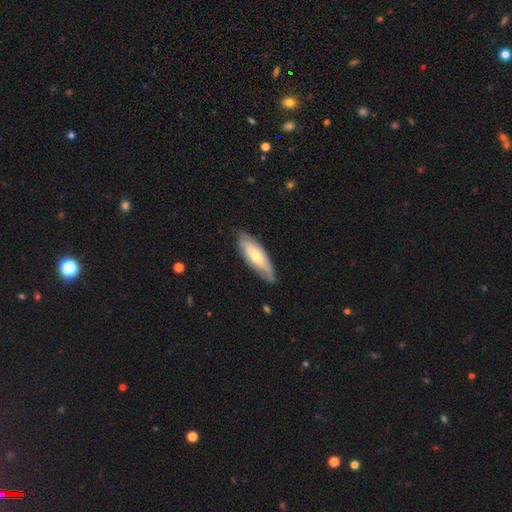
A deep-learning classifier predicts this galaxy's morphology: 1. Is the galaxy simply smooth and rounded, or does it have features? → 50% featured or disk, 44% smooth, 6% star or artifact.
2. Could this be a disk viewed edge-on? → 70% no, 30% yes.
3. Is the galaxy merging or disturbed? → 76% none, 19% minor disturbance, 3% major disturbance, 1% merger.